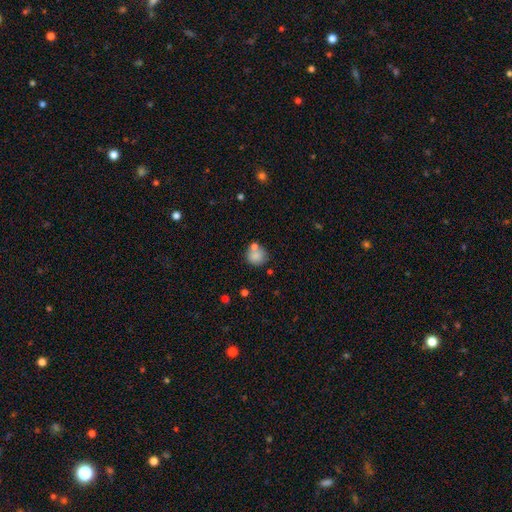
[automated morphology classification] Overall: smooth (81%). How rounded: round (83%). Merging: none (58%; merger 22%).